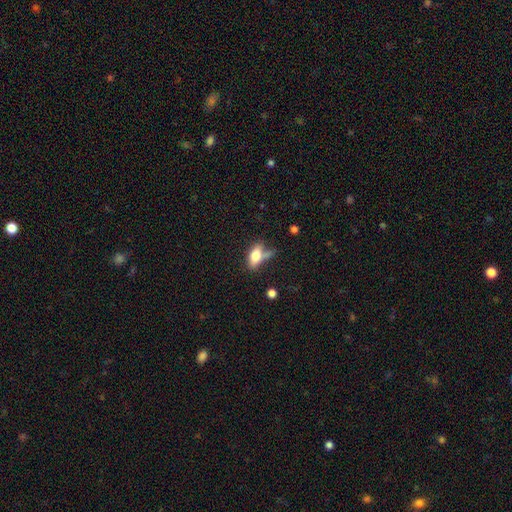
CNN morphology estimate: A smooth galaxy with no disk features (71%) that is in between round and cigar-shaped (81%). Merging: none (46%).